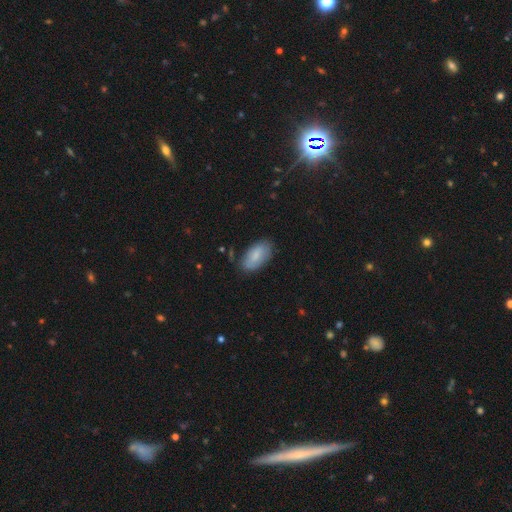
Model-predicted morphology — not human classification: Smooth or featured?
  - smooth: 79% *
  - featured or disk: 15%
  - star or artifact: 6%
How rounded?
  - in between: 94% *
  - cigar-shaped: 4%
  - round: 3%
Merging?
  - none: 75% *
  - minor disturbance: 19%
  - major disturbance: 4%
  - merger: 2%